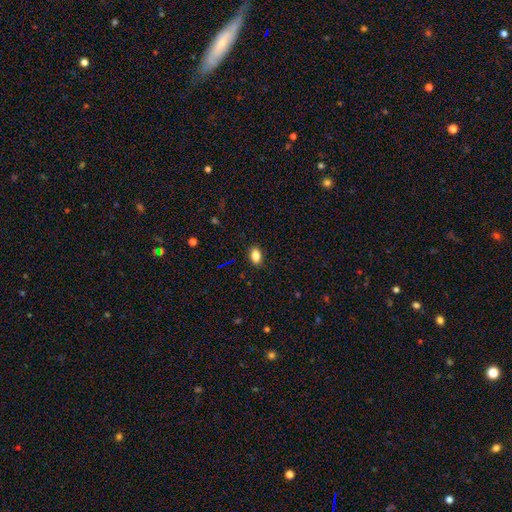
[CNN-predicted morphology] A smooth galaxy with no disk features (84%) that is in between round and cigar-shaped (82%). Merging: none (87%).